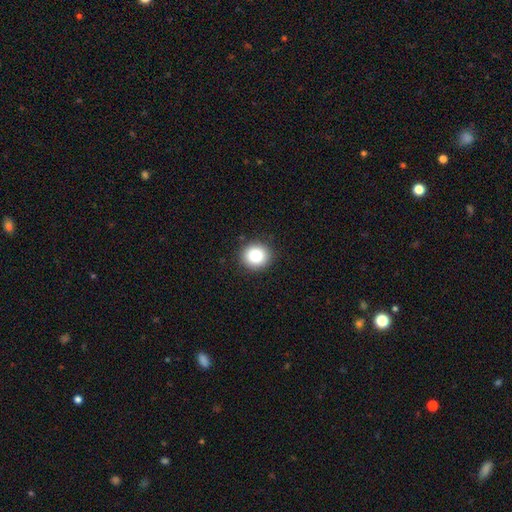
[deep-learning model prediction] This appears to be a smooth galaxy with no disk features (83%) that is round (88%). Merging: none (91%).